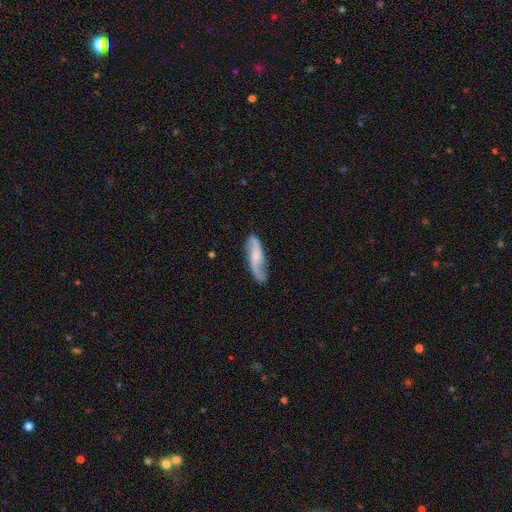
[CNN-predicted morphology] smooth-or-featured: featured or disk: 73% | smooth: 21% | star or artifact: 6%
  disk-edge-on: no: 88% | yes: 12%
    bar: no: 50% | weak: 37% | strong: 13%
    has-spiral-arms: yes: 95% | no: 5%
      spiral-winding: loose: 72% | medium: 22% | tight: 7%
      spiral-arm-count: 2: 91% | can't tell: 3% | 1: 3% | 3: 1% | 4: 1% | more than 4: 1%
    bulge-size: small: 34% | none: 32% | moderate: 26% | large: 6% | dominant: 2%
  merging: none: 77% | minor disturbance: 16% | major disturbance: 5% | merger: 2%